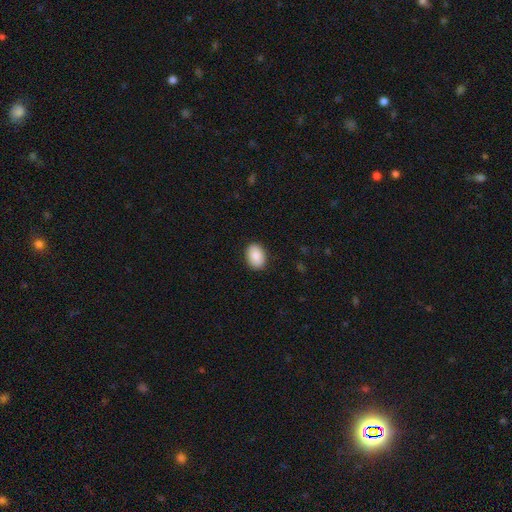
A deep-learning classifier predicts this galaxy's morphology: smooth 87%, star or artifact 7%, featured or disk 6%. Down the decision tree: how rounded — in between (79%); merging — none (89%).